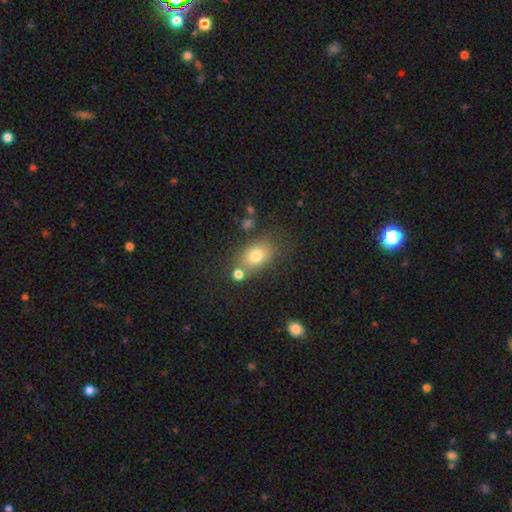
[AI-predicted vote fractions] Q: Smooth or featured?
A: smooth (76%); runner-up: featured or disk (13%)
Q: How rounded?
A: in between (75%); runner-up: round (23%)
Q: Merging?
A: none (62%); runner-up: merger (17%)